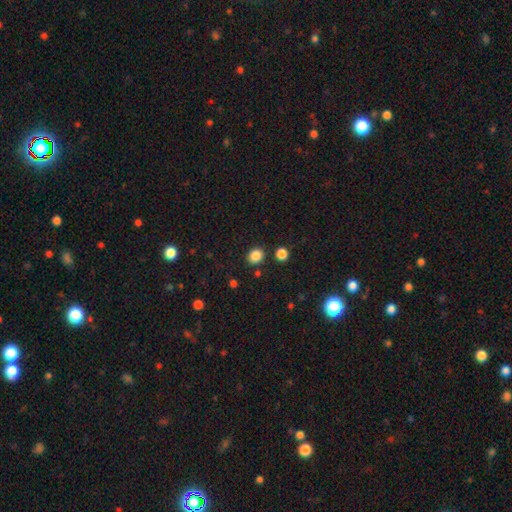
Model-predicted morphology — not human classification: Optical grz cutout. It shows a smooth galaxy with no disk features (85%) that is round (63%). Merging: none (85%).